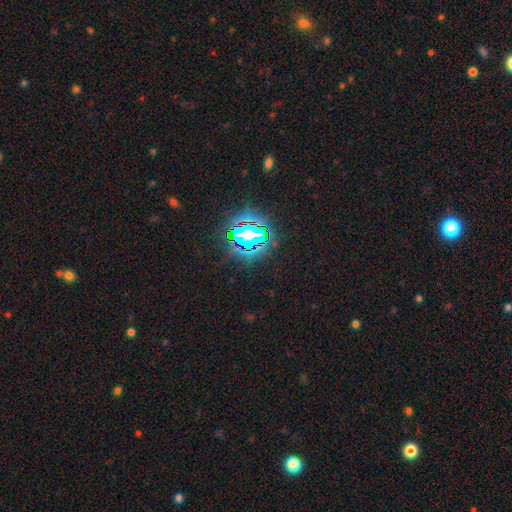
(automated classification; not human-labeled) Q: Smooth or featured?
A: star or artifact (84%); runner-up: smooth (10%)